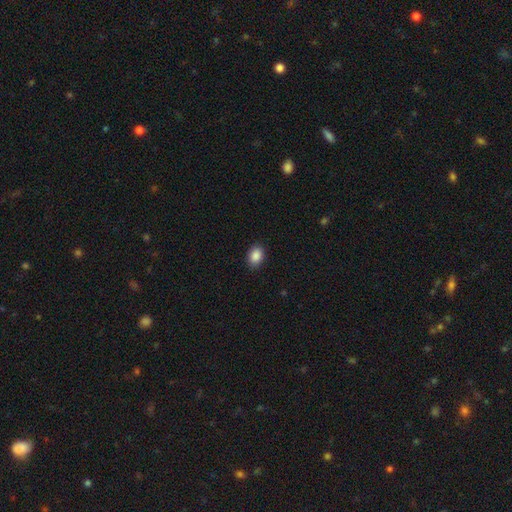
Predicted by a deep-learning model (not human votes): This appears to be a smooth galaxy with no disk features (89%) that is in between round and cigar-shaped (77%). Merging: none (89%).